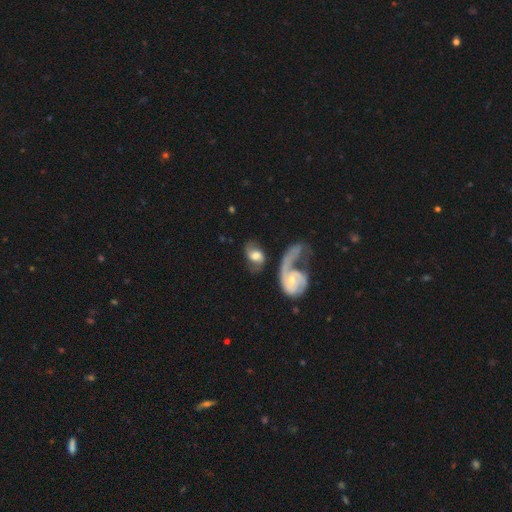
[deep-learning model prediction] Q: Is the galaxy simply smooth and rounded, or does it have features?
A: featured or disk — 59%.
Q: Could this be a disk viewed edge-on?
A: no — 96%.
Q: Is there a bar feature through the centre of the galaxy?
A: no — 53%.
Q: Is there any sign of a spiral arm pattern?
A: yes — 85%.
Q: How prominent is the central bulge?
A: moderate — 49%.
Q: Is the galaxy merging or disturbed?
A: merger — 36%.